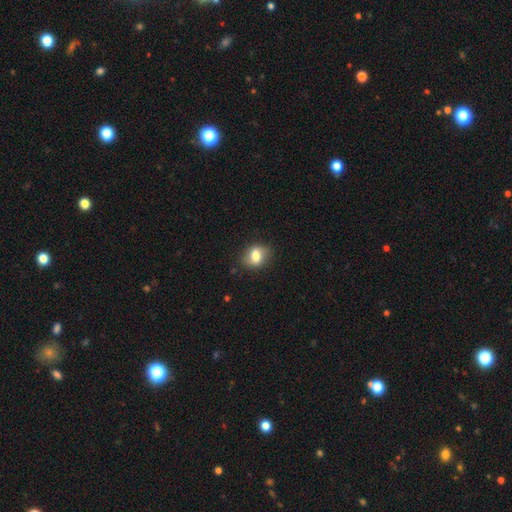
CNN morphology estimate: Overall: smooth (76%). How rounded: in between (56%; round 43%). Merging: none (83%).